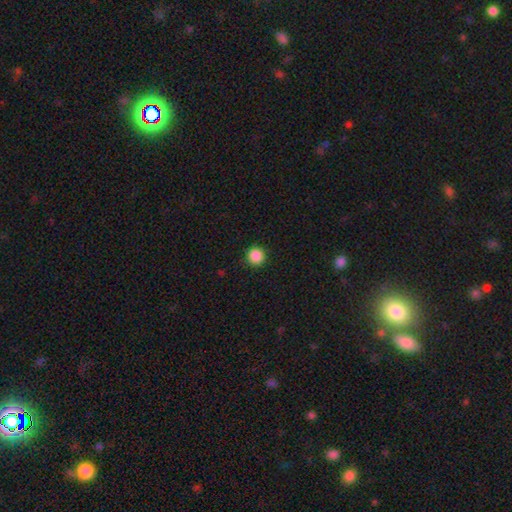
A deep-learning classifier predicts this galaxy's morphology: This appears to be a smooth galaxy with no disk features (88%) that is round (95%). Merging: none (91%).